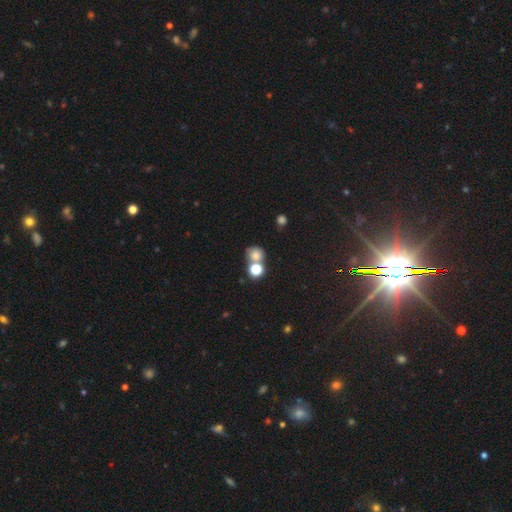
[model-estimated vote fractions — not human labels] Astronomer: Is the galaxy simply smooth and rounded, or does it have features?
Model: smooth — 75%.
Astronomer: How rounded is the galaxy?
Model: round — 81%.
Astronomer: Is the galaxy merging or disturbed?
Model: none — 50% (runner-up: merger, 36%).